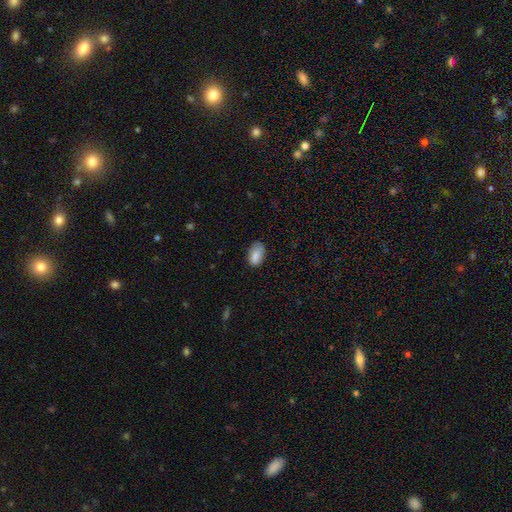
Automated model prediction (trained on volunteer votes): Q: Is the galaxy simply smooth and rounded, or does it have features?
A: smooth — 85%.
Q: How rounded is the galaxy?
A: in between — 92%.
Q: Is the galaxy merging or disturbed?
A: none — 70%.